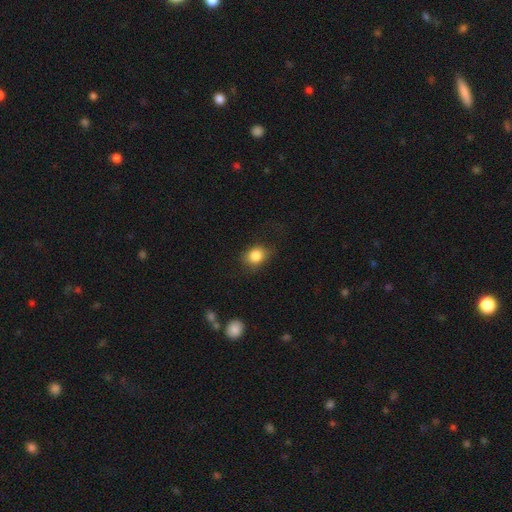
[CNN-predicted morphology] Q: Smooth or featured?
A: smooth (84%); runner-up: star or artifact (9%)
Q: How rounded?
A: round (56%); runner-up: in between (43%)
Q: Merging?
A: none (69%); runner-up: minor disturbance (21%)